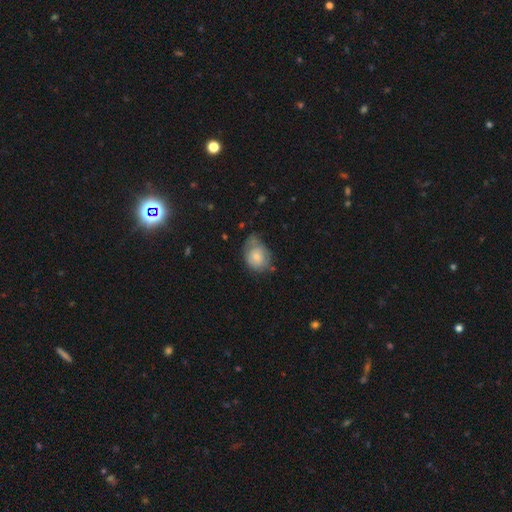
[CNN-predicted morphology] The model was most divided on "merging": none: 40%, minor disturbance: 39%, major disturbance: 17%, merger: 4%. More confident: smooth or featured — smooth (64%); how rounded — in between (55%).